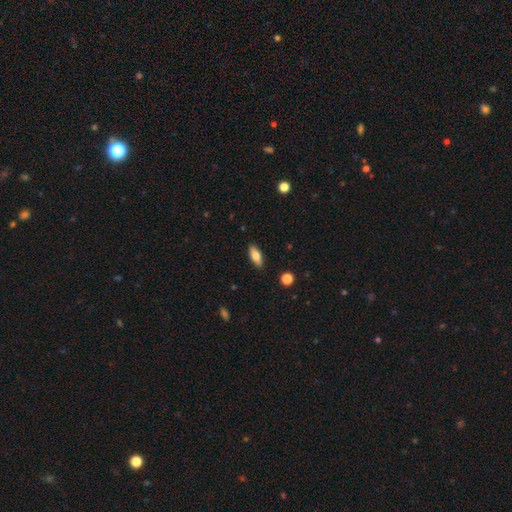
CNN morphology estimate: type=smooth (75%); roundness=in between (77%); merging=none (88%).